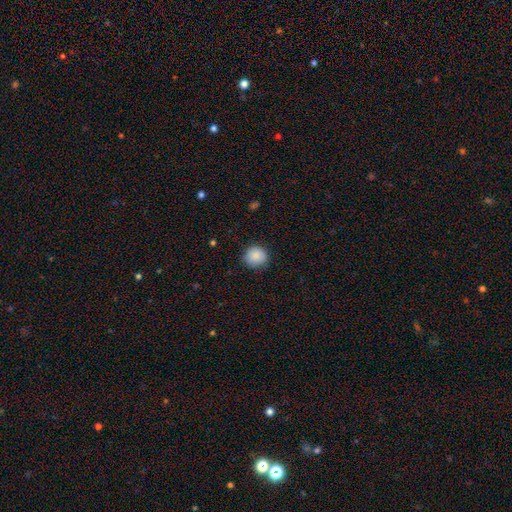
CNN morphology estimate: This is clearly a smooth galaxy (88%). How rounded: clearly round (89%). Merging: clearly none (84%).